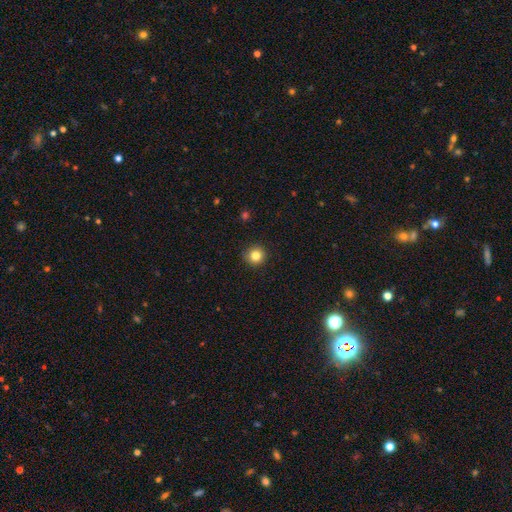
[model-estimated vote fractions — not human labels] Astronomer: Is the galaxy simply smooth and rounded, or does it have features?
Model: smooth — 84%.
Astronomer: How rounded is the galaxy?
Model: round — 95%.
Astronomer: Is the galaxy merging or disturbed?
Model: none — 92%.